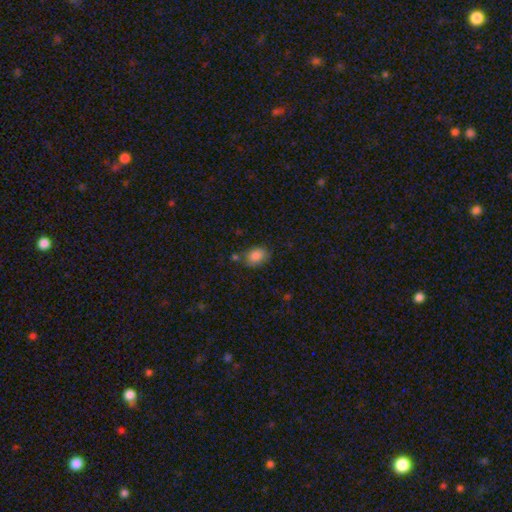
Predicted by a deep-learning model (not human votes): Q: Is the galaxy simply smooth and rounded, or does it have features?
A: smooth — 86%.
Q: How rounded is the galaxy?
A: in between — 76%.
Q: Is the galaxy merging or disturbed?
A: none — 70%.